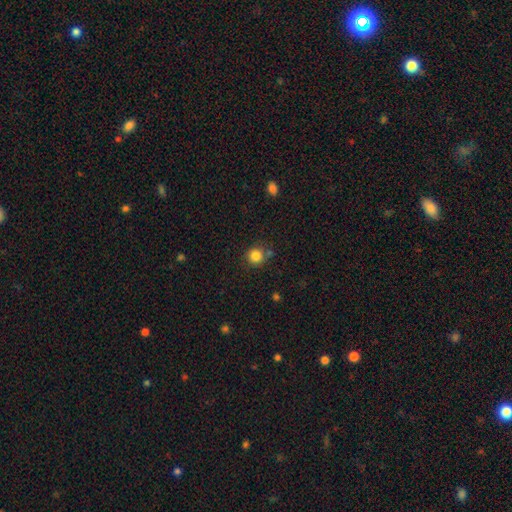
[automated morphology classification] Smooth or featured? Predicted: smooth (p=0.84). How rounded? Predicted: round (p=0.91). Merging? Predicted: none (p=0.78).